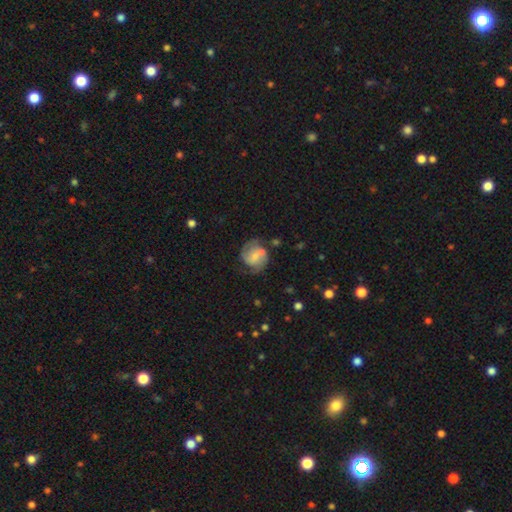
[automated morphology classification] type=featured or disk (70%); edge-on=no (98%); bar=no (50%); spiral arms=yes (91%); winding=medium (49%); arm count=2 (81%); bulge=small (53%); merging=none (58%).